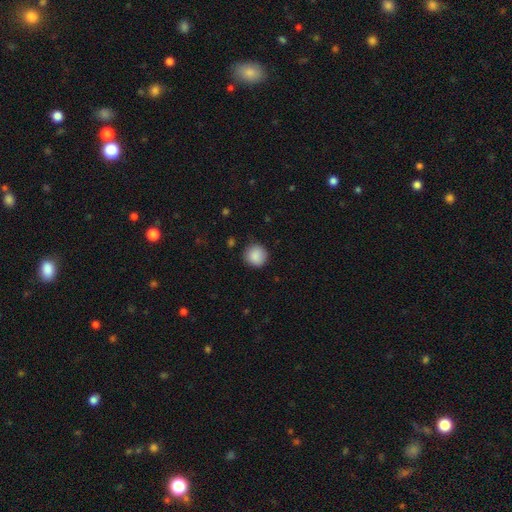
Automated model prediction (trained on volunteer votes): Smooth or featured? Predicted: smooth (p=0.88). How rounded? Predicted: round (p=0.93). Merging? Predicted: none (p=0.86).